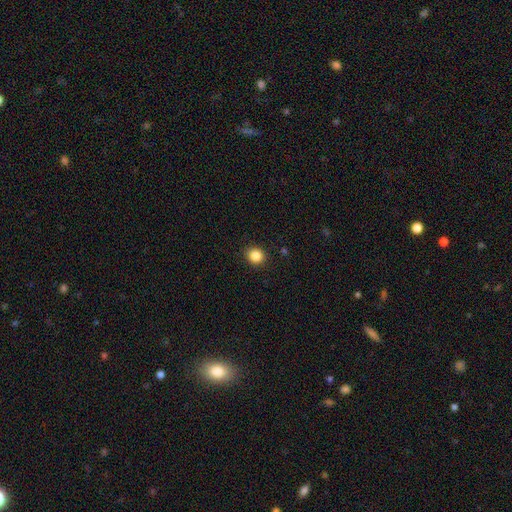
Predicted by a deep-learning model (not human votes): This appears to be a smooth galaxy with no disk features (86%) that is round (85%). Merging: none (91%).